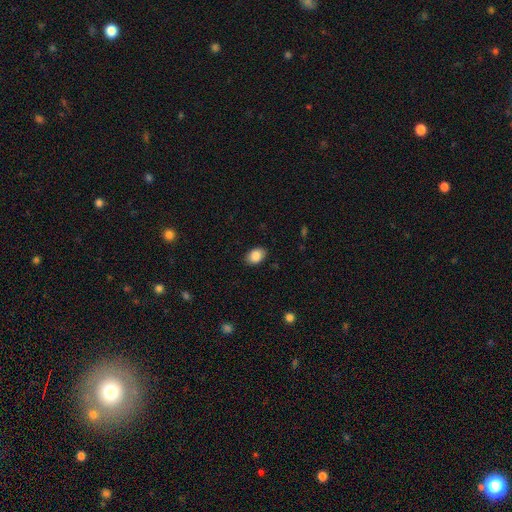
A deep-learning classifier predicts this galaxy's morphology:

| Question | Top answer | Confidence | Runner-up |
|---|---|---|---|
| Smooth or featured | smooth | 87% | star or artifact (7%) |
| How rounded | in between | 83% | round (16%) |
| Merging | none | 87% | minor disturbance (10%) |